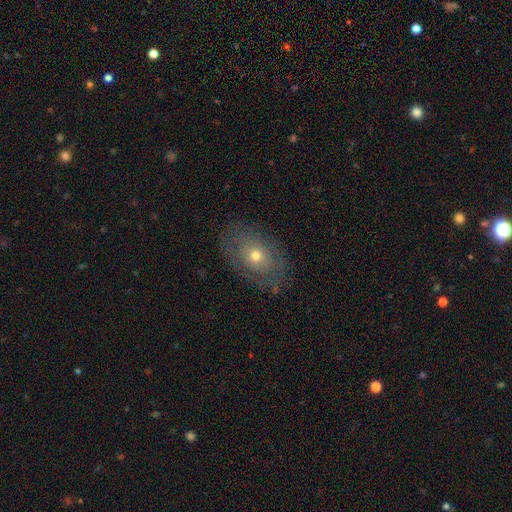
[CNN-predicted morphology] Smooth or featured? smooth (52%)
How rounded? in between (76%)
Merging? none (78%)